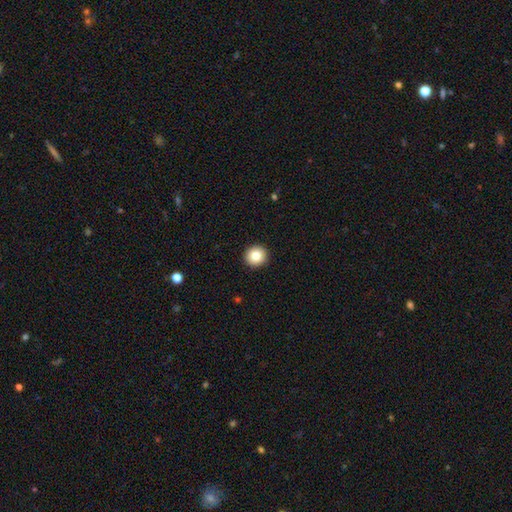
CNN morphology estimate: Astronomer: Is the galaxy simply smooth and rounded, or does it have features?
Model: smooth — 82%.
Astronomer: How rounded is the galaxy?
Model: round — 93%.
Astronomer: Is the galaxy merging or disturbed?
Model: none — 93%.